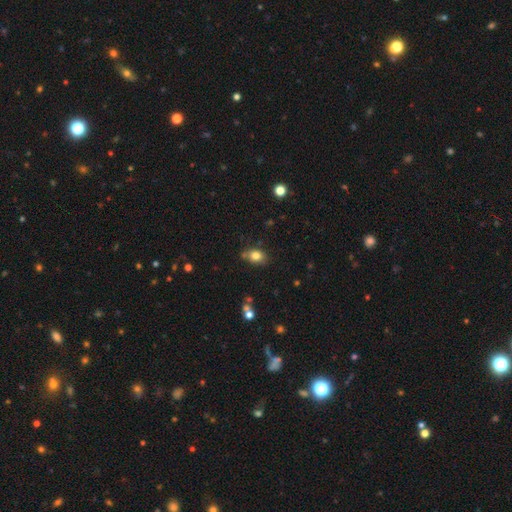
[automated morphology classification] type=smooth (81%); roundness=in between (71%); merging=none (71%).